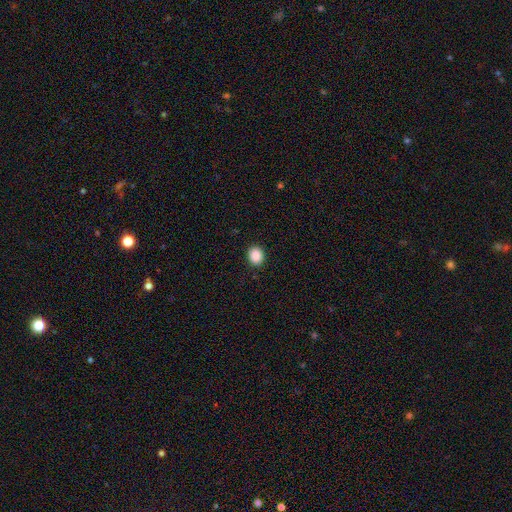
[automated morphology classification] Smooth or featured? Predicted: smooth (p=0.88). How rounded? Predicted: round (p=0.64). Merging? Predicted: none (p=0.91).